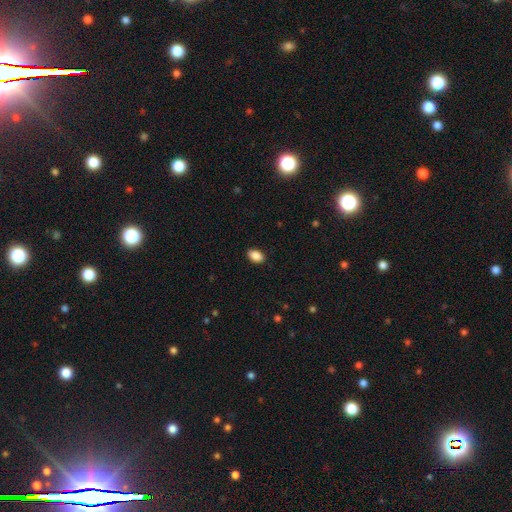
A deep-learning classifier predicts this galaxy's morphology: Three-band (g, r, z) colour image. It shows a smooth galaxy with no disk features (89%) that is in between round and cigar-shaped (90%). Merging: none (89%).